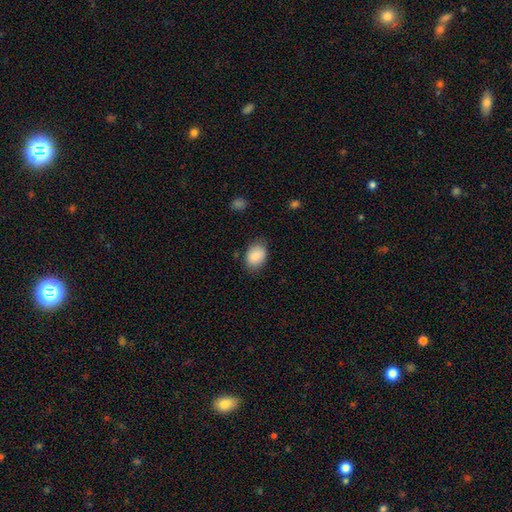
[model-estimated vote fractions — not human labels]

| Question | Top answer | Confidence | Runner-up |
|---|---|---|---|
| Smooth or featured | smooth | 87% | star or artifact (7%) |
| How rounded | in between | 77% | round (22%) |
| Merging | none | 80% | minor disturbance (15%) |